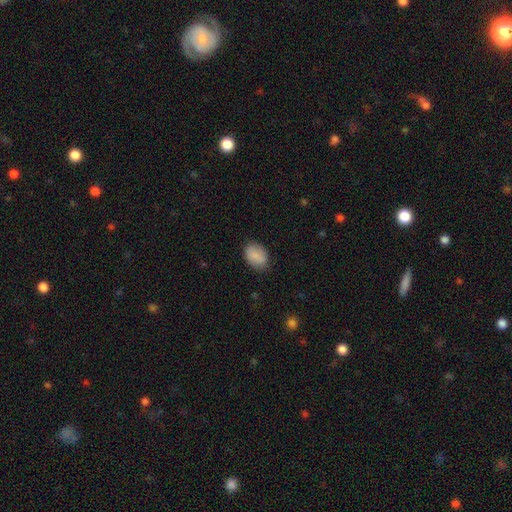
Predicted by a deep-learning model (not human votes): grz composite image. It shows a smooth galaxy with no disk features (84%) that is in between round and cigar-shaped (78%). Merging: none (79%).